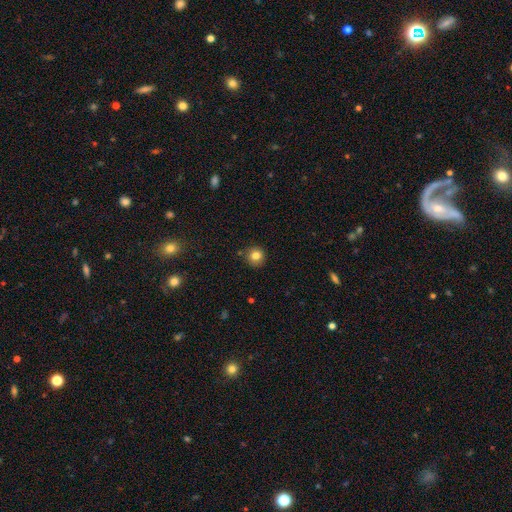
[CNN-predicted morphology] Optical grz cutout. It shows a smooth galaxy with no disk features (81%) that is round (90%). Merging: none (86%).